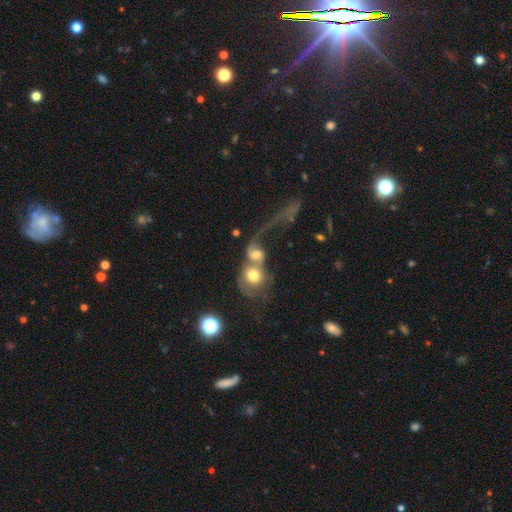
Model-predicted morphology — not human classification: Q: Smooth or featured?
A: smooth (45%); runner-up: featured or disk (43%)
Q: Merging?
A: merger (77%); runner-up: major disturbance (12%)